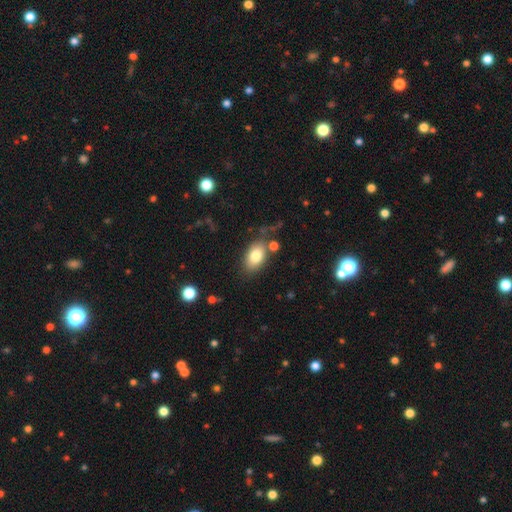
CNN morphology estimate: smooth 80%, featured or disk 12%, star or artifact 8%. Down the decision tree: how rounded — in between (90%); merging — none (72%).